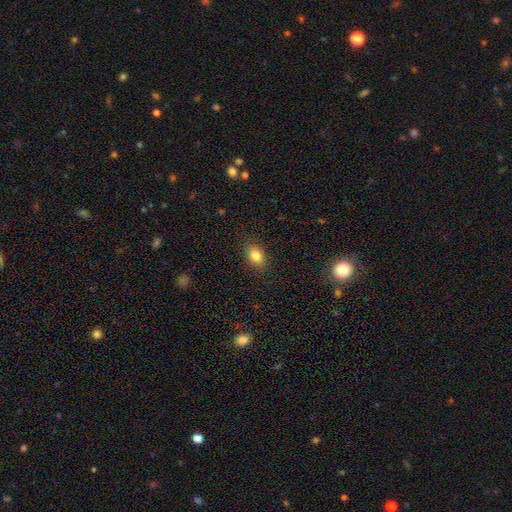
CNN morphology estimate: A smooth galaxy with no disk features (84%) that is in between round and cigar-shaped (78%). Merging: none (87%).